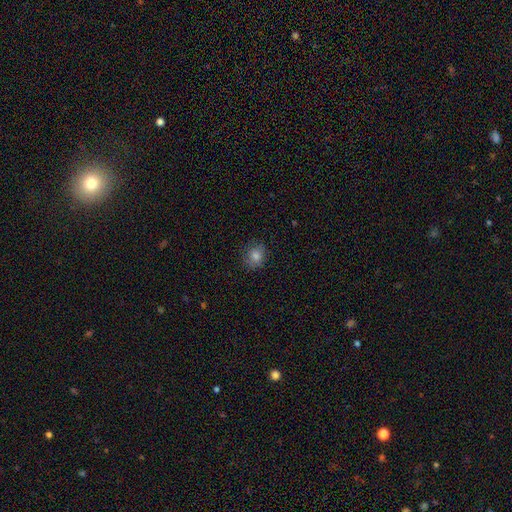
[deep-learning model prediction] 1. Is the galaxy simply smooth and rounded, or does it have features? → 79% smooth, 13% star or artifact, 8% featured or disk.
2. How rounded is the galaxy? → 68% round, 31% in between, 1% cigar-shaped.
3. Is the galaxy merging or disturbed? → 83% none, 13% minor disturbance, 3% major disturbance, 1% merger.